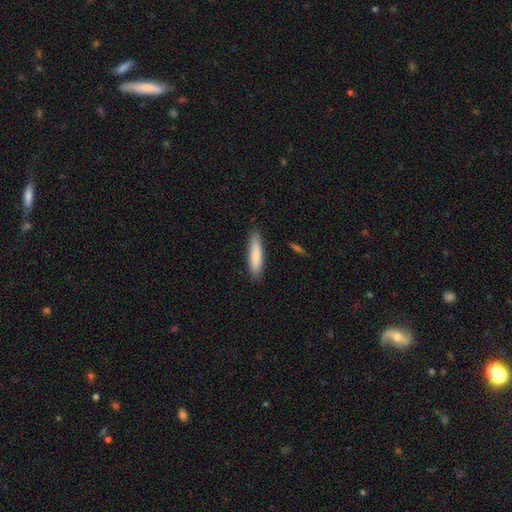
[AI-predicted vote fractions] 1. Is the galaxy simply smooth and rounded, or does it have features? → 80% smooth, 14% featured or disk, 6% star or artifact.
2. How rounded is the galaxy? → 79% cigar-shaped, 20% in between, 1% round.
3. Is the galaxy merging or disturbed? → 86% none, 11% minor disturbance, 2% major disturbance, 1% merger.